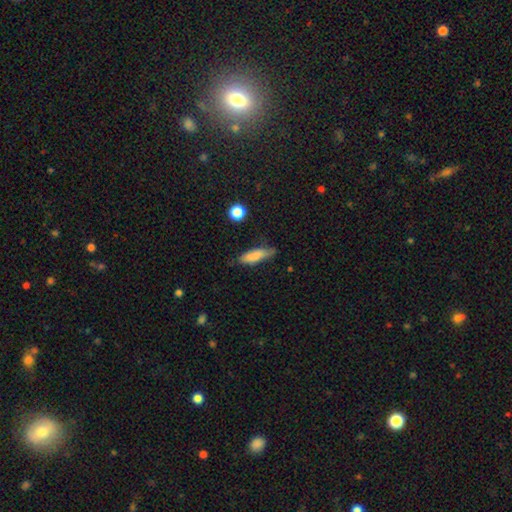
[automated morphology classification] This is clearly a smooth galaxy (80%). How rounded: possibly cigar-shaped (53%). Merging: likely none (62%).